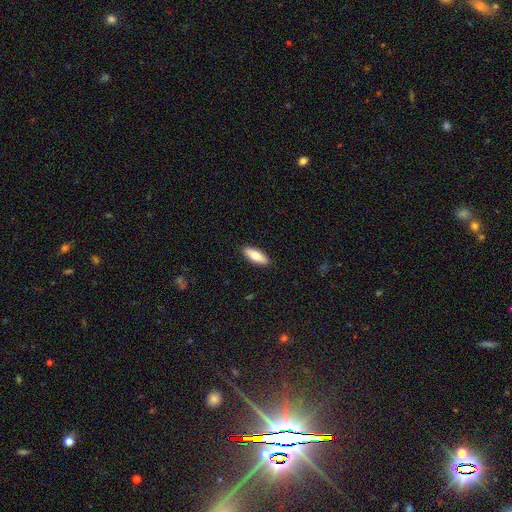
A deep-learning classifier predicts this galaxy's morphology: A smooth galaxy with no disk features (81%) that is in between round and cigar-shaped (65%).

Vote fractions:
- Smooth or featured? smooth: 81% / featured or disk: 13% / star or artifact: 6%
- How rounded? in between: 65% / cigar-shaped: 33% / round: 2%
- Merging? none: 89% / minor disturbance: 8% / major disturbance: 2% / merger: 1%